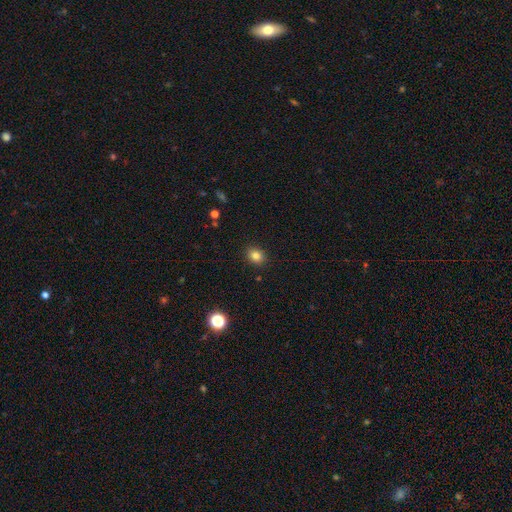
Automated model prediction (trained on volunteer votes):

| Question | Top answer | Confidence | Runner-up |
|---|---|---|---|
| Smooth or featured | smooth | 82% | star or artifact (12%) |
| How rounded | round | 55% | in between (44%) |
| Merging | none | 90% | minor disturbance (7%) |